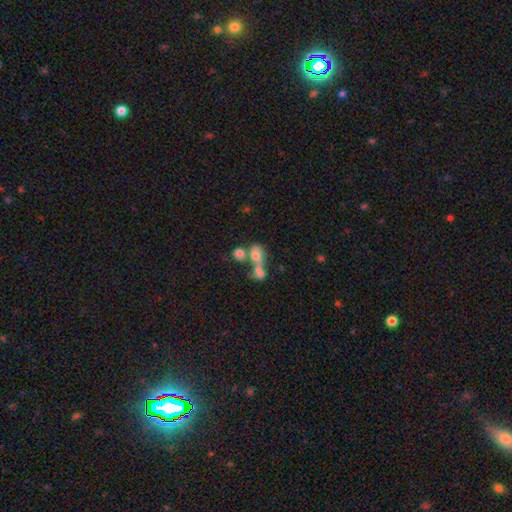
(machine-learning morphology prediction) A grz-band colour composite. It shows a smooth galaxy with no disk features (65%) that is in between round and cigar-shaped (57%). Merging: merger (60%).